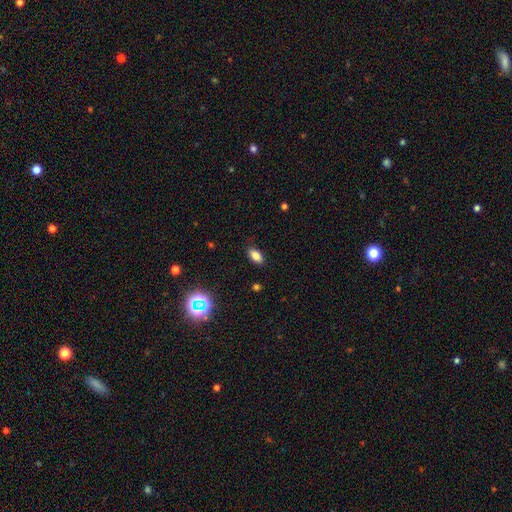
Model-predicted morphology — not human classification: A smooth galaxy with no disk features (82%) that is in between round and cigar-shaped (90%). Merging: none (86%).